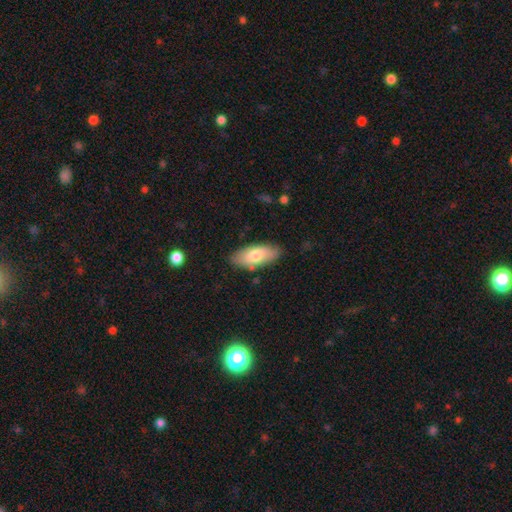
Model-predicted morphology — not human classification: smooth_or_featured: smooth (p=0.74) [alt: featured or disk p=0.20]
how_rounded: in between (p=0.84) [alt: cigar-shaped p=0.13]
merging: none (p=0.83) [alt: minor disturbance p=0.13]